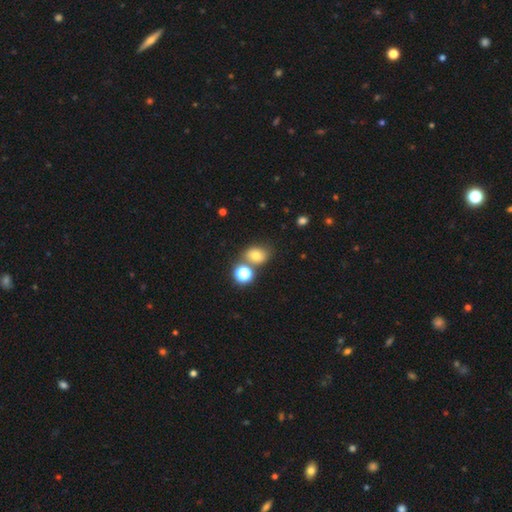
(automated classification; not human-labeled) smooth_or_featured: smooth (p=0.72) [alt: star or artifact p=0.17]
how_rounded: round (p=0.52) [alt: in between p=0.47]
merging: none (p=0.64) [alt: merger p=0.19]